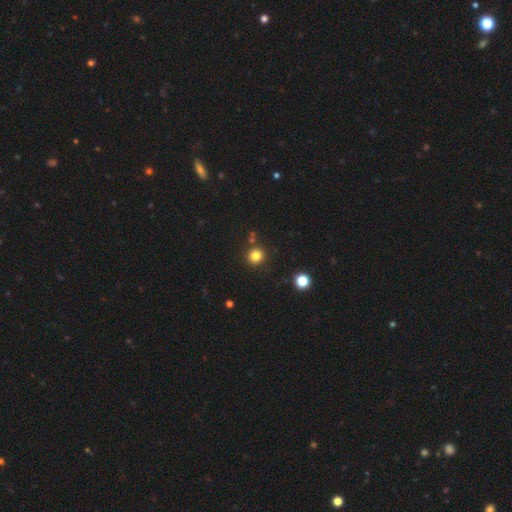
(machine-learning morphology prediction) smooth-or-featured: smooth: 82% | star or artifact: 14% | featured or disk: 5%
  how-rounded: round: 93% | in between: 6% | cigar-shaped: 1%
  merging: none: 86% | minor disturbance: 7% | merger: 5% | major disturbance: 2%